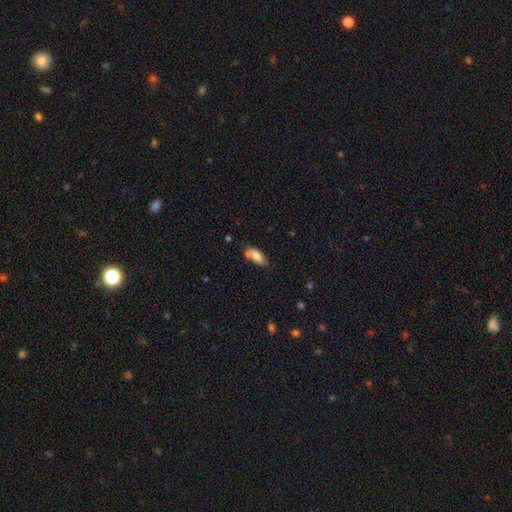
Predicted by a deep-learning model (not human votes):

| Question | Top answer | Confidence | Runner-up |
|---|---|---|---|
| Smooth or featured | smooth | 78% | featured or disk (15%) |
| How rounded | in between | 76% | cigar-shaped (22%) |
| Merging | none | 54% | merger (22%) |